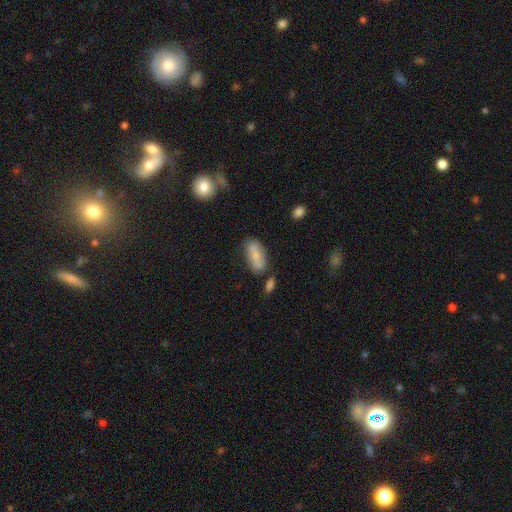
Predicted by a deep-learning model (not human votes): Smooth or featured? smooth (74%)
How rounded? in between (83%)
Merging? none (68%)